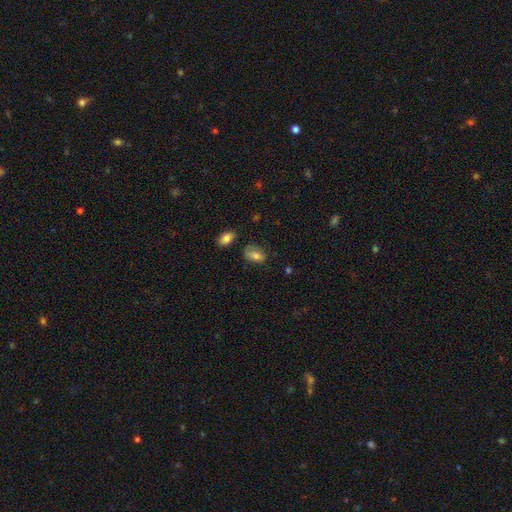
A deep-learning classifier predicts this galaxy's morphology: Q: Smooth or featured?
A: smooth (76%); runner-up: featured or disk (14%)
Q: How rounded?
A: in between (87%); runner-up: round (11%)
Q: Merging?
A: none (51%); runner-up: minor disturbance (32%)